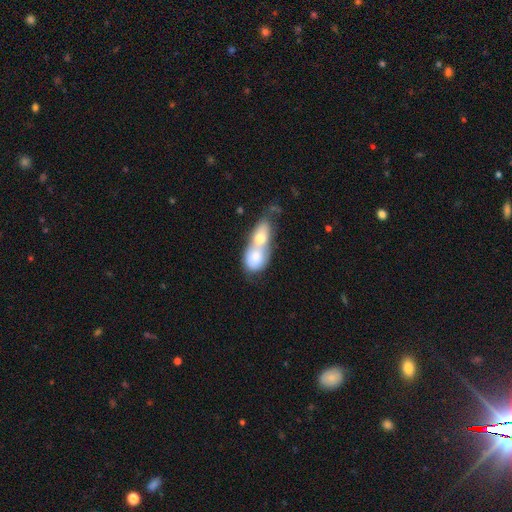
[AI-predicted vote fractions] smooth 69%, featured or disk 25%, star or artifact 6%. Down the decision tree: how rounded — in between (68%); merging — merger (79%).